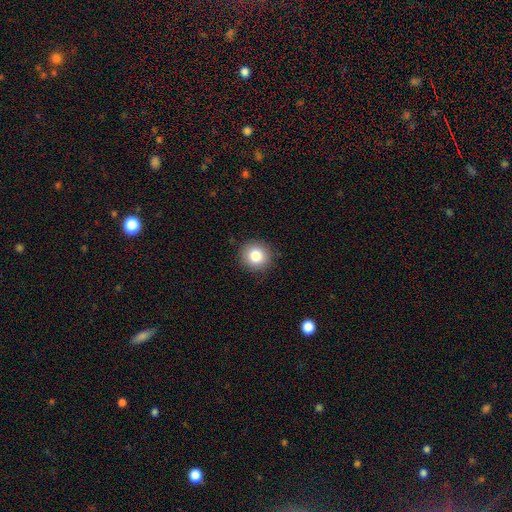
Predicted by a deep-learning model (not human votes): Morphology: type=smooth (82%); roundness=round (93%); merging=none (91%).